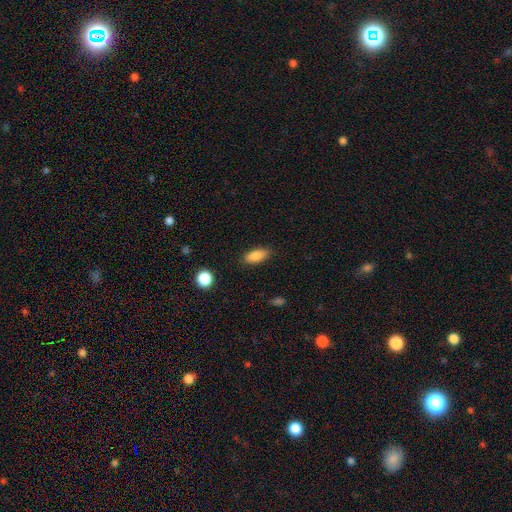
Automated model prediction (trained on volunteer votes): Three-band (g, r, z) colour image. It shows a smooth galaxy with no disk features (84%) that is in between round and cigar-shaped (84%). Merging: none (85%).